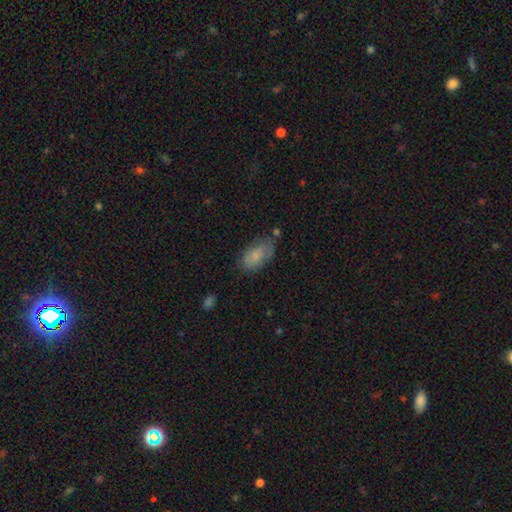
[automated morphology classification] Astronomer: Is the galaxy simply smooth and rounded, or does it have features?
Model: smooth — 74%.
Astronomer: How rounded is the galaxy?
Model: in between — 92%.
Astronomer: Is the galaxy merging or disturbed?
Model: none — 65%.